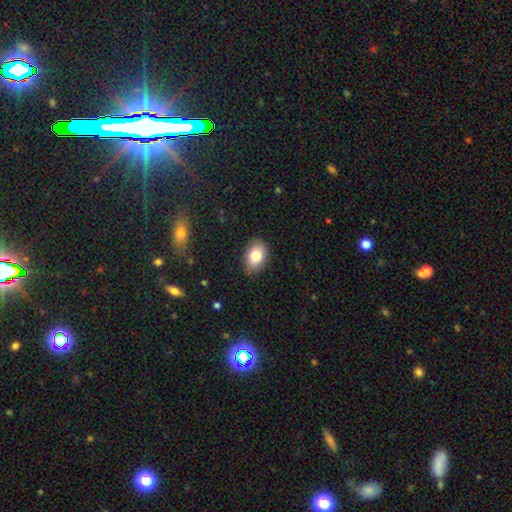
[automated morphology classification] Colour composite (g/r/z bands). It shows a smooth galaxy with no disk features (81%) that is in between round and cigar-shaped (85%). Merging: none (86%).